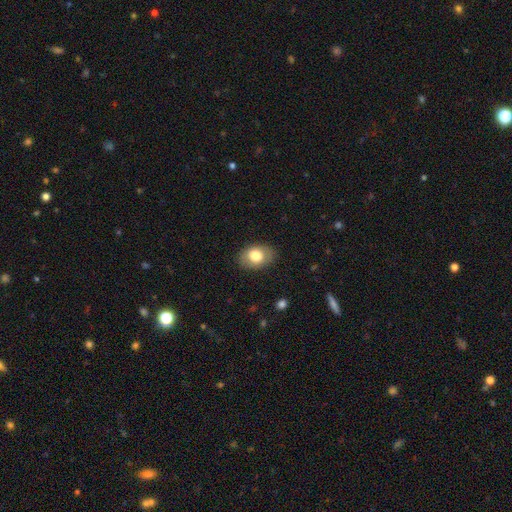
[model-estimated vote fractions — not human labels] smooth 75%, featured or disk 17%, star or artifact 7%. Down the decision tree: how rounded — in between (79%); merging — none (84%).